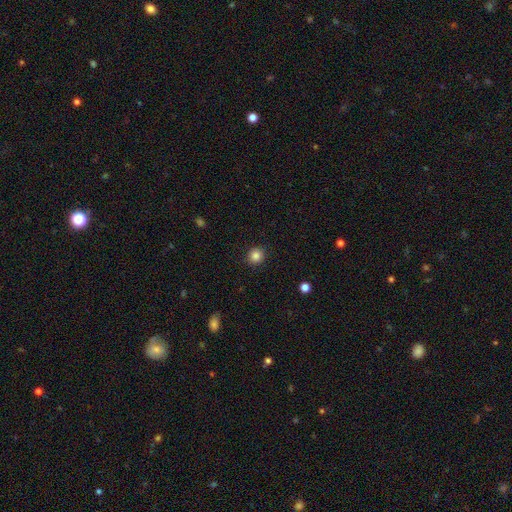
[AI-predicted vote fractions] Smooth or featured?
  - smooth: 85% *
  - star or artifact: 11%
  - featured or disk: 4%
How rounded?
  - round: 89% *
  - in between: 10%
  - cigar-shaped: 1%
Merging?
  - none: 91% *
  - minor disturbance: 6%
  - major disturbance: 2%
  - merger: 1%